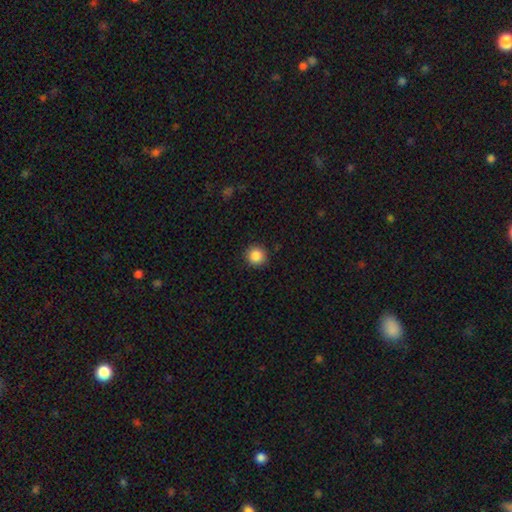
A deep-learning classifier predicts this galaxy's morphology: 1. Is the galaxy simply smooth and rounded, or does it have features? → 86% smooth, 10% star or artifact, 4% featured or disk.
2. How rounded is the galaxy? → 94% round, 5% in between, 1% cigar-shaped.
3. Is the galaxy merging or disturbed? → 91% none, 6% minor disturbance, 2% major disturbance, 1% merger.